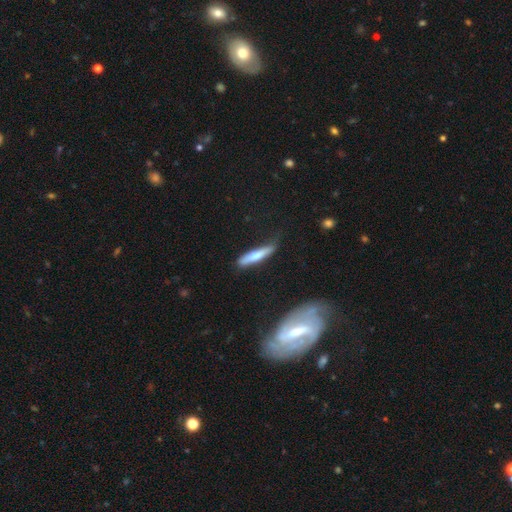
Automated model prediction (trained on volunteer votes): Smooth or featured? smooth (66%)
How rounded? cigar-shaped (89%)
Merging? none (70%)